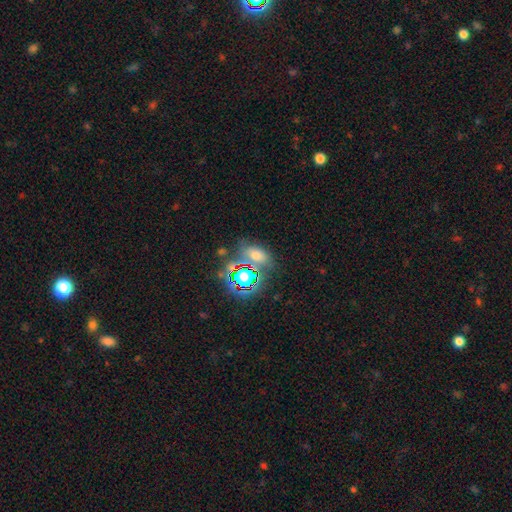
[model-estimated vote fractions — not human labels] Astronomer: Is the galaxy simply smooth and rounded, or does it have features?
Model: smooth — 55% (runner-up: star or artifact, 33%).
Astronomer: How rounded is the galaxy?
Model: in between — 79%.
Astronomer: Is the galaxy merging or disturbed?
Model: none — 64%.